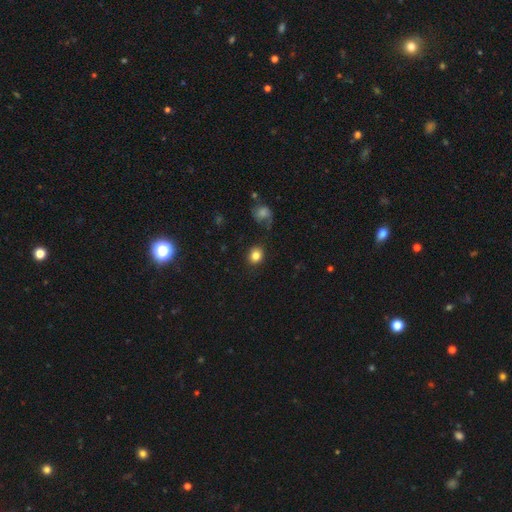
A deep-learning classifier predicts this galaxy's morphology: Smooth or featured? Predicted: smooth (p=0.84). How rounded? Predicted: round (p=0.68). Merging? Predicted: none (p=0.85).